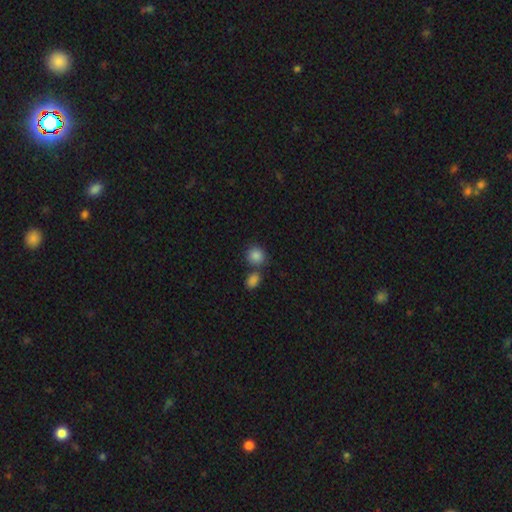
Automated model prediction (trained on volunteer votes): Smooth or featured: smooth — 86% (star or artifact — 9%)
How rounded: round — 79% (in between — 20%)
Merging: none — 59% (merger — 28%)